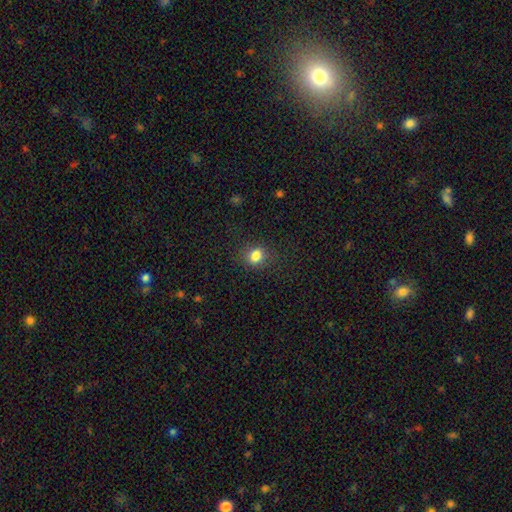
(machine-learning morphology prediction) The model was most divided on "how rounded": round: 60%, in between: 39%, cigar-shaped: 1%. More confident: merging — none (84%); smooth or featured — smooth (83%).